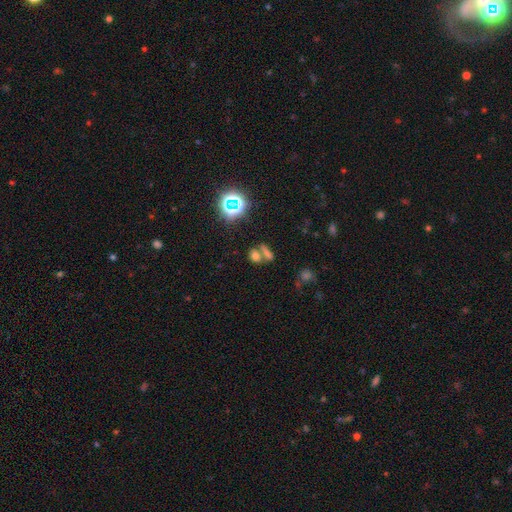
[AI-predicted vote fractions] A smooth galaxy with no disk features (62%) that is in between round and cigar-shaped (59%).

Vote fractions:
- Smooth or featured? smooth: 62% / star or artifact: 28% / featured or disk: 11%
- How rounded? in between: 59% / round: 32% / cigar-shaped: 9%
- Merging? merger: 46% / none: 42% / minor disturbance: 8% / major disturbance: 4%